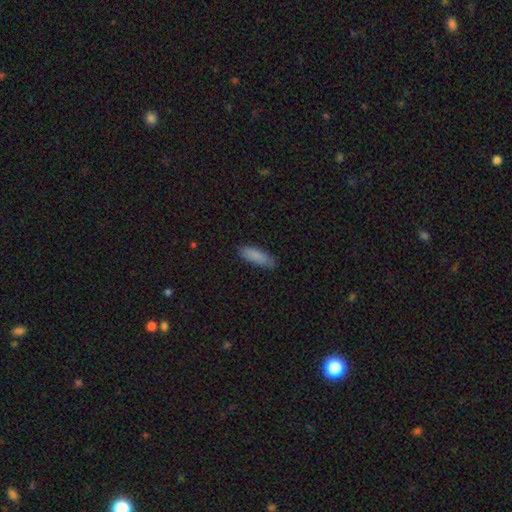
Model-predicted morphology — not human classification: smooth_or_featured: smooth (p=0.87) [alt: featured or disk p=0.07]
how_rounded: in between (p=0.52) [alt: cigar-shaped p=0.46]
merging: none (p=0.82) [alt: minor disturbance p=0.14]